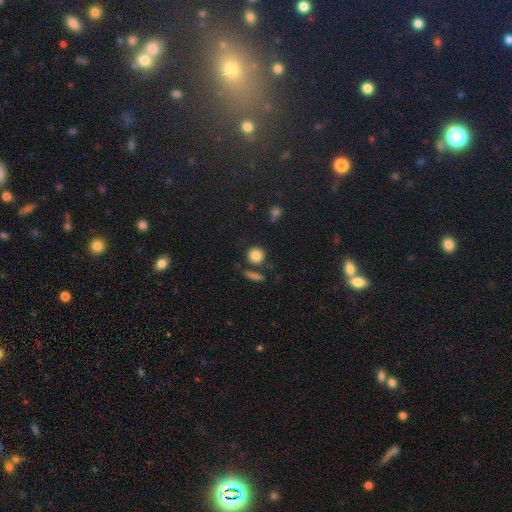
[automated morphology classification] This appears to be a smooth galaxy with no disk features (83%) that is round (88%). Merging: none (77%).